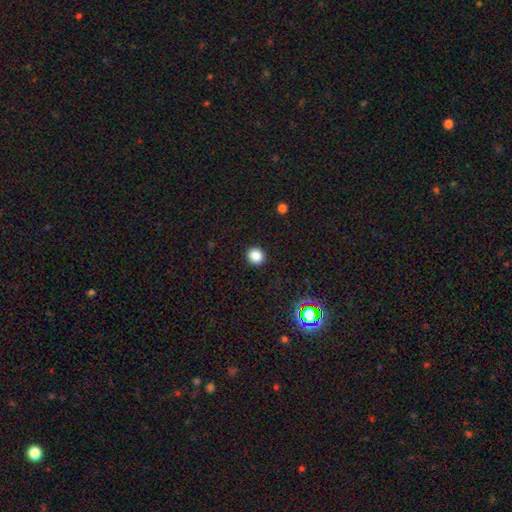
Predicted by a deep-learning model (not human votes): The model was most divided on "smooth or featured": smooth: 85%, star or artifact: 12%, featured or disk: 3%. More confident: merging — none (91%); how rounded — round (88%).